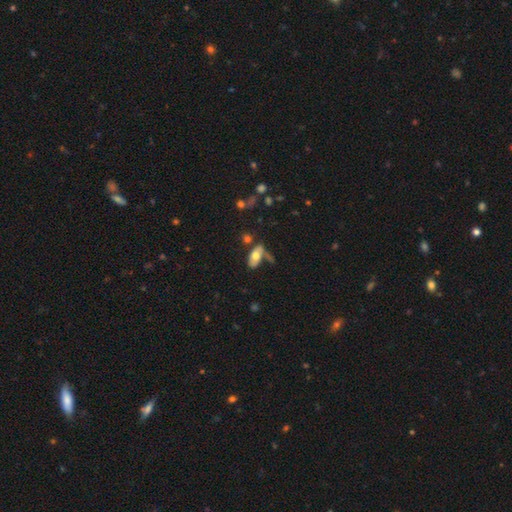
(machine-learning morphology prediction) This is likely a smooth galaxy (64%). How rounded: clearly in between (90%). Merging: marginally none (44%).